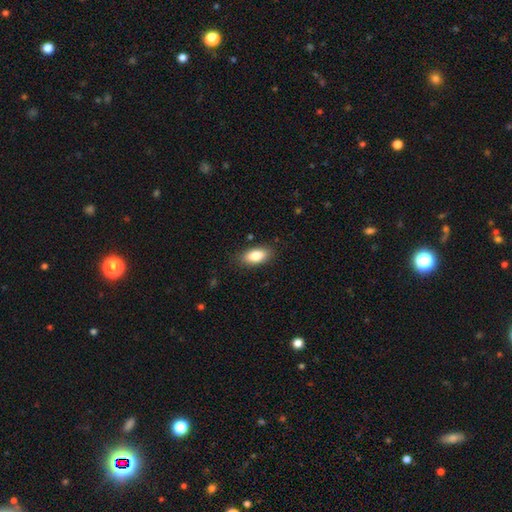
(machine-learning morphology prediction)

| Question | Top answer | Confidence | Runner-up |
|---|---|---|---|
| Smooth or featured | smooth | 85% | featured or disk (8%) |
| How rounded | in between | 90% | cigar-shaped (7%) |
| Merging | none | 85% | minor disturbance (11%) |